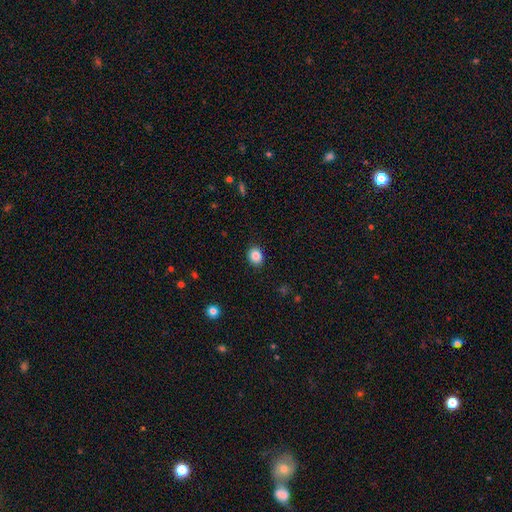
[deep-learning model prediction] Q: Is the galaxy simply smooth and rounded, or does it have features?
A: smooth — 87%.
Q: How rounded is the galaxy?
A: round — 58%.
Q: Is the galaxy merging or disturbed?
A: none — 90%.